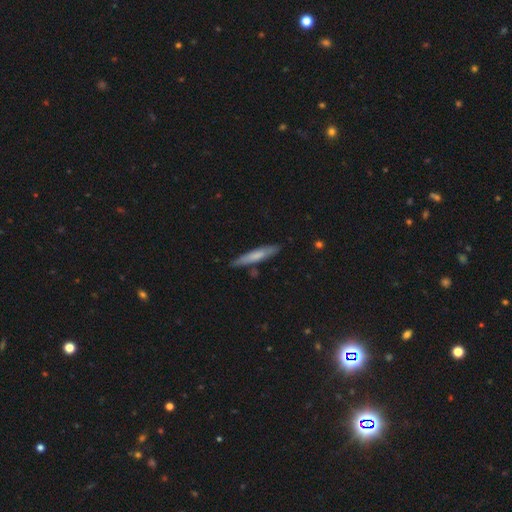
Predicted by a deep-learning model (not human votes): Overall: smooth (65%; featured or disk 30%). How rounded: cigar-shaped (91%). Merging: none (83%).